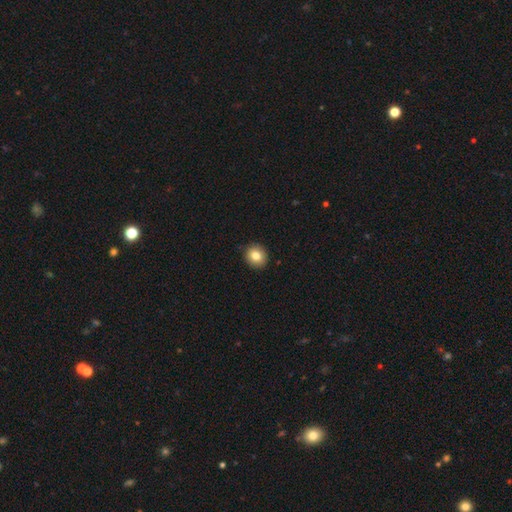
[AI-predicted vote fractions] Smooth or featured? smooth (82%)
How rounded? round (84%)
Merging? none (91%)